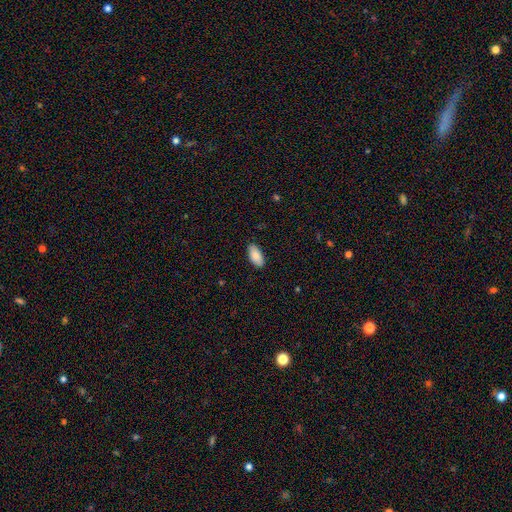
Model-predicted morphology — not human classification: Overall: smooth (87%). How rounded: in between (92%). Merging: none (86%).